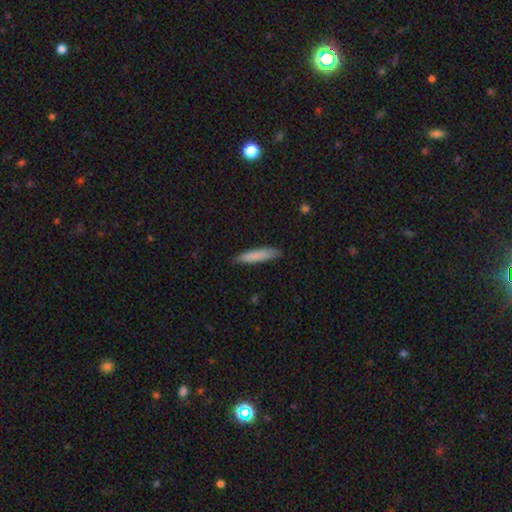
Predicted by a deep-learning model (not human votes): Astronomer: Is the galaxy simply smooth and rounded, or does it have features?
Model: smooth — 82%.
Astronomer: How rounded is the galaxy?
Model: cigar-shaped — 87%.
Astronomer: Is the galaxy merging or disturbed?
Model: none — 84%.